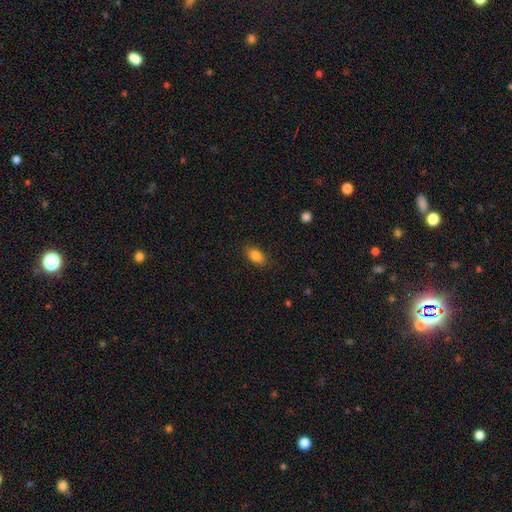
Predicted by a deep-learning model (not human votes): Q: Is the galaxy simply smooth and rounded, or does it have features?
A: smooth — 85%.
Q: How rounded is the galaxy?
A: in between — 88%.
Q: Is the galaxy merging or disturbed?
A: none — 85%.